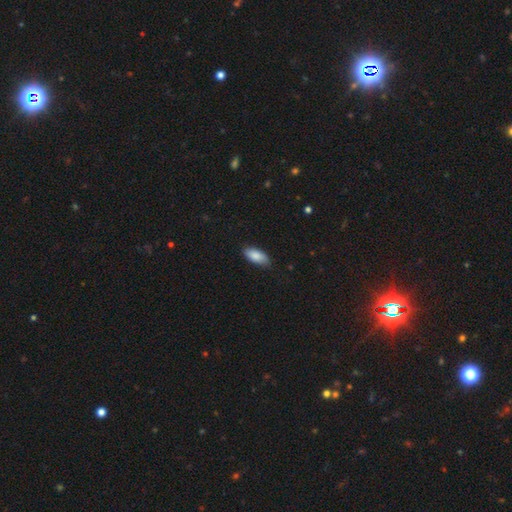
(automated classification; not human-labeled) Overall: smooth (88%). How rounded: in between (89%). Merging: none (82%).